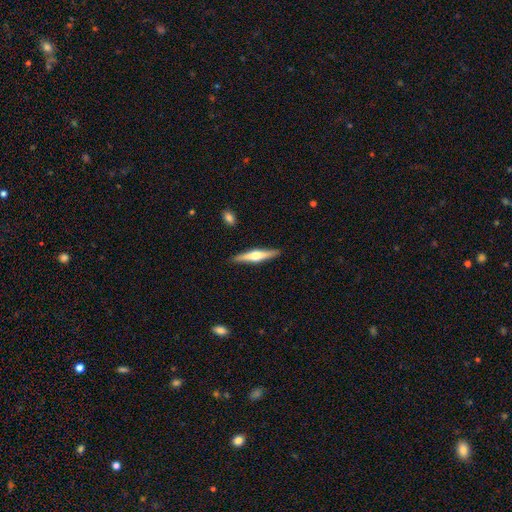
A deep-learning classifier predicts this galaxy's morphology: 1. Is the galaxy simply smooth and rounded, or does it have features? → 62% featured or disk, 33% smooth, 5% star or artifact.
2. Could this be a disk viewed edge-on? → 97% yes, 3% no.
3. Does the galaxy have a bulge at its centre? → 91% rounded, 5% boxy, 4% none.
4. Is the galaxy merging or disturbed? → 89% none, 8% minor disturbance, 2% major disturbance, 1% merger.